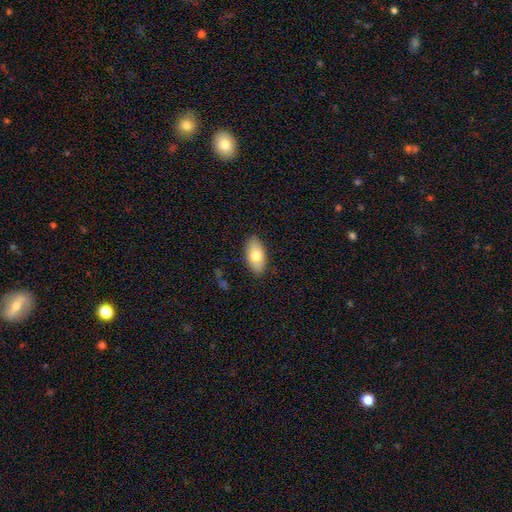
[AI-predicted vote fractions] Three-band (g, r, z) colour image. It shows a smooth galaxy with no disk features (76%) that is in between round and cigar-shaped (93%). Merging: none (86%).